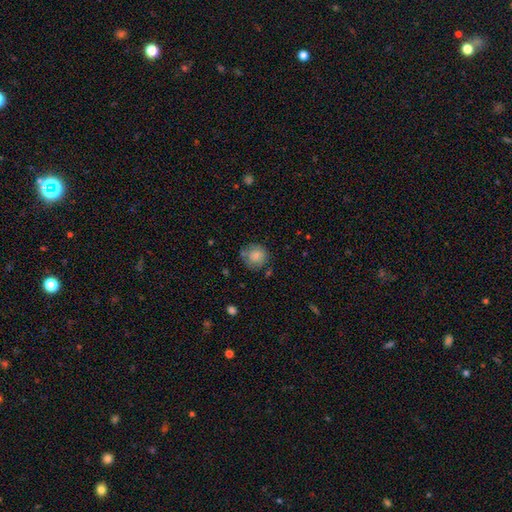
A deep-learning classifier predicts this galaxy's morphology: A smooth galaxy with no disk features (78%) that is round (87%).

Vote fractions:
- Smooth or featured? smooth: 78% / featured or disk: 14% / star or artifact: 8%
- How rounded? round: 87% / in between: 12% / cigar-shaped: 1%
- Merging? none: 67% / minor disturbance: 21% / major disturbance: 7% / merger: 5%